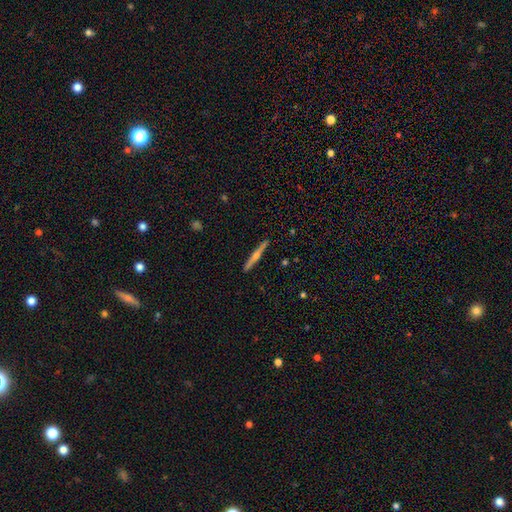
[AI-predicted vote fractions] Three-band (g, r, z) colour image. It shows a featured or disk galaxy (69%) viewed edge-on (98%) with a rounded central bulge (83%). Merging: none (91%).